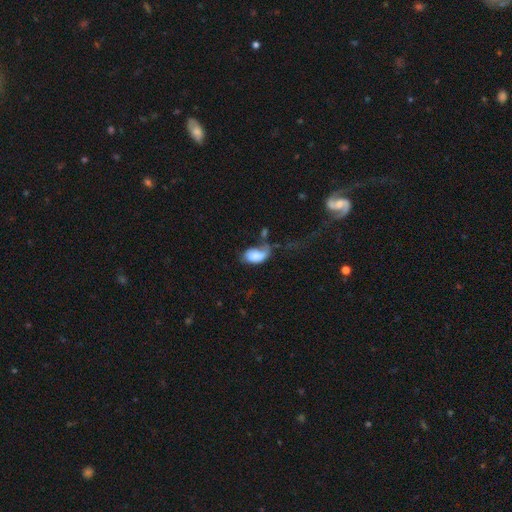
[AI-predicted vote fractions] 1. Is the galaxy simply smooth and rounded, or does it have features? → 73% smooth, 19% featured or disk, 8% star or artifact.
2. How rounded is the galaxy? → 92% in between, 7% round, 2% cigar-shaped.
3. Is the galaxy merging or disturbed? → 37% major disturbance, 23% none, 23% minor disturbance, 18% merger.